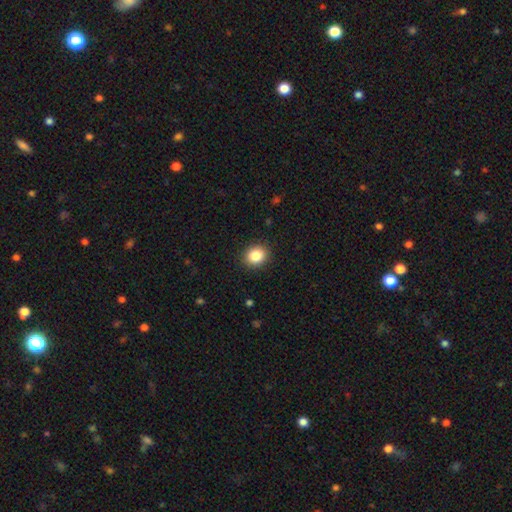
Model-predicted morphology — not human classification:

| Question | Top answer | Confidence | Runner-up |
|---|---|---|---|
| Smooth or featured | smooth | 86% | star or artifact (10%) |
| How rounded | round | 68% | in between (32%) |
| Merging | none | 90% | minor disturbance (7%) |